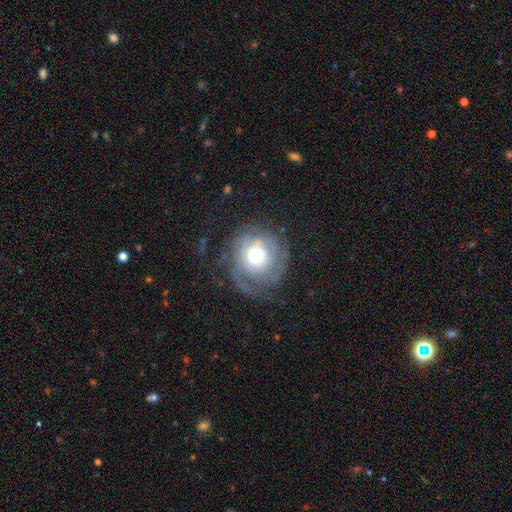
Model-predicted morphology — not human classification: smooth_or_featured: featured or disk (p=0.69) [alt: smooth p=0.23]
disk_edge_on: no (p=0.97) [alt: yes p=0.03]
bar: no (p=0.82) [alt: weak p=0.15]
has_spiral_arms: yes (p=0.81) [alt: no p=0.19]
spiral_winding: tight (p=0.62) [alt: medium p=0.26]
spiral_arm_count: can't tell (p=0.41) [alt: 2 p=0.24]
bulge_size: moderate (p=0.57) [alt: large p=0.22]
merging: none (p=0.61) [alt: minor disturbance p=0.20]